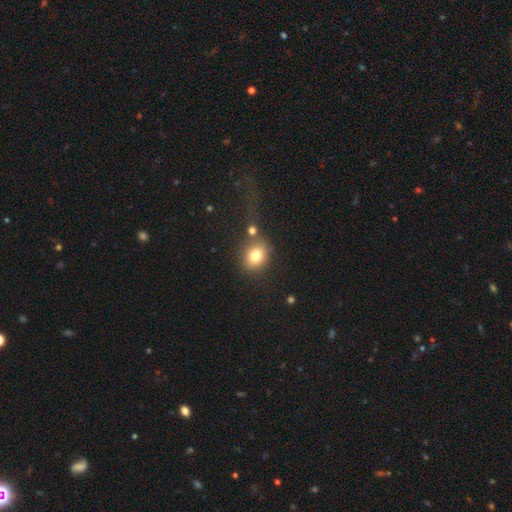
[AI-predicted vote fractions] This is likely a smooth galaxy (78%). How rounded: likely round (68%). Merging: likely none (62%).